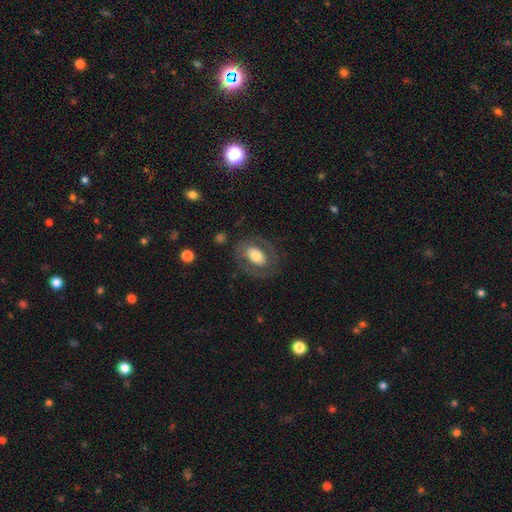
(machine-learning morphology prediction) A smooth galaxy with no disk features (48%). Merging: none (75%).